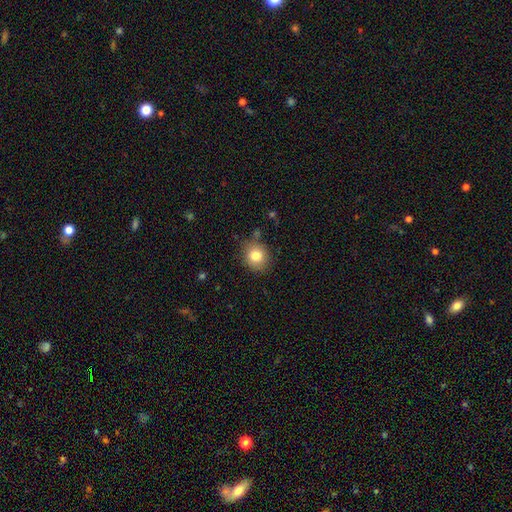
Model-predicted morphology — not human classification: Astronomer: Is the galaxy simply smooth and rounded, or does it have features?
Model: smooth — 81%.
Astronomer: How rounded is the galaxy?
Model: round — 76%.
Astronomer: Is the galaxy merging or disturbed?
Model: none — 81%.